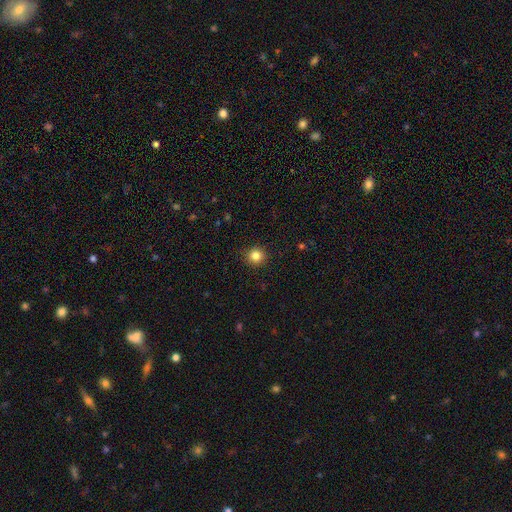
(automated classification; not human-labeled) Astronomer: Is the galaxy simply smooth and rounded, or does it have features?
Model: smooth — 84%.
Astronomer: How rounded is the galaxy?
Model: round — 92%.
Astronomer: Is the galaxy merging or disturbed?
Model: none — 91%.